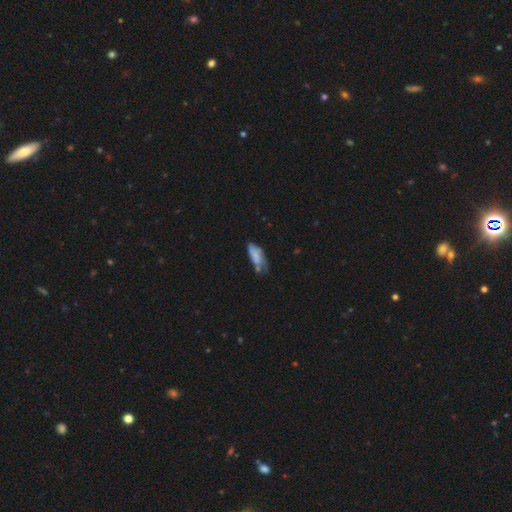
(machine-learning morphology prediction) This appears to be a smooth galaxy with no disk features (66%) that is in between round and cigar-shaped (71%). Merging: none (40%).